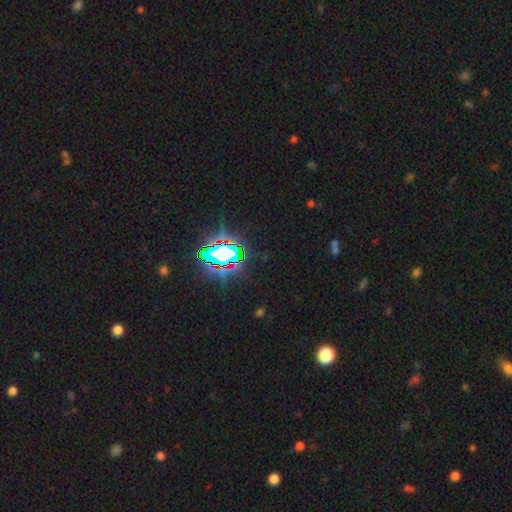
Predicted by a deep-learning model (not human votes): Smooth or featured: star or artifact — 80% (smooth — 12%)